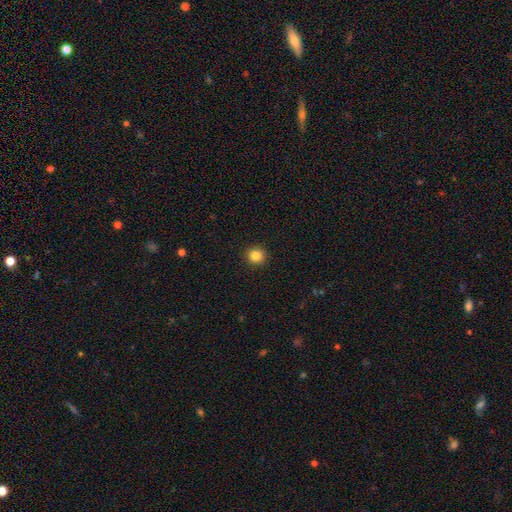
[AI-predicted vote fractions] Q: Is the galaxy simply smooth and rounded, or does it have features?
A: smooth — 84%.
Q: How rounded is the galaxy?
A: round — 93%.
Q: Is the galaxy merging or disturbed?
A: none — 93%.